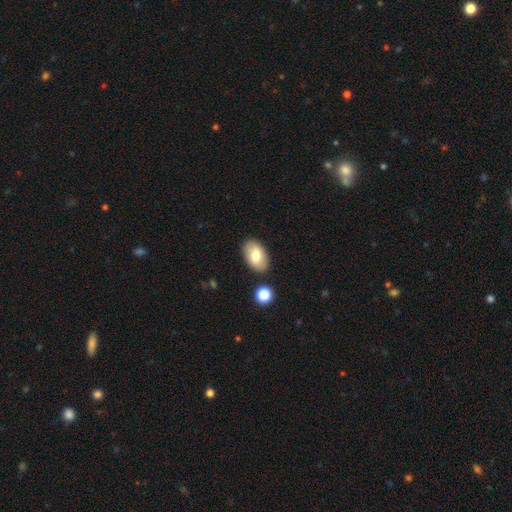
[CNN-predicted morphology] A smooth galaxy with no disk features (77%) that is in between round and cigar-shaped (93%).

Vote fractions:
- Smooth or featured? smooth: 77% / featured or disk: 16% / star or artifact: 7%
- How rounded? in between: 93% / round: 6% / cigar-shaped: 1%
- Merging? none: 84% / minor disturbance: 10% / merger: 4% / major disturbance: 3%